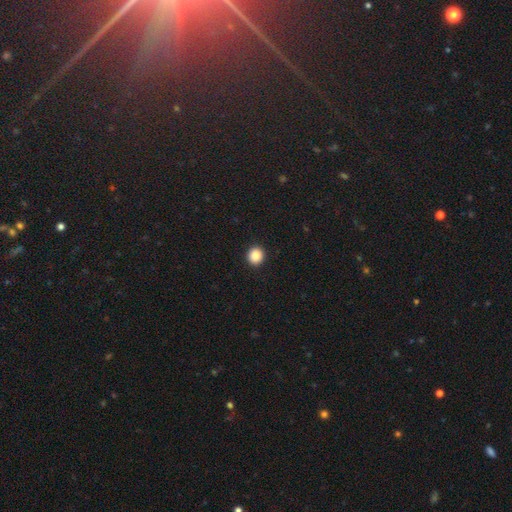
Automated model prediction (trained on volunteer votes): A smooth galaxy with no disk features (87%) that is round (89%). Merging: none (93%).